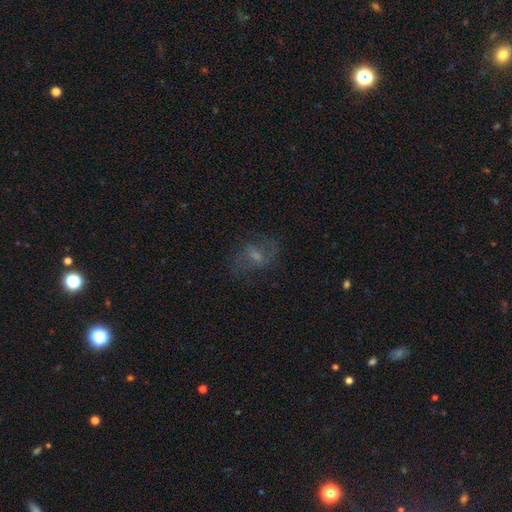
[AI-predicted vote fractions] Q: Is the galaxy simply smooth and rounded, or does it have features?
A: featured or disk — 53%.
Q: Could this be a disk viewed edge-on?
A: no — 95%.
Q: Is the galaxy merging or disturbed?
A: none — 62%.